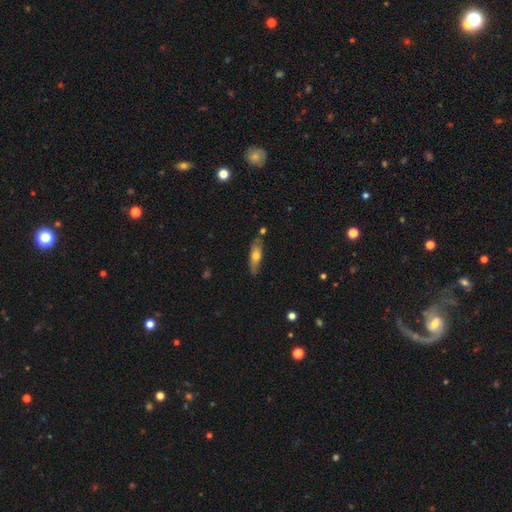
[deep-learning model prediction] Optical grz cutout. It shows a smooth galaxy with no disk features (56%) that is cigar-shaped (56%). Merging: none (75%).